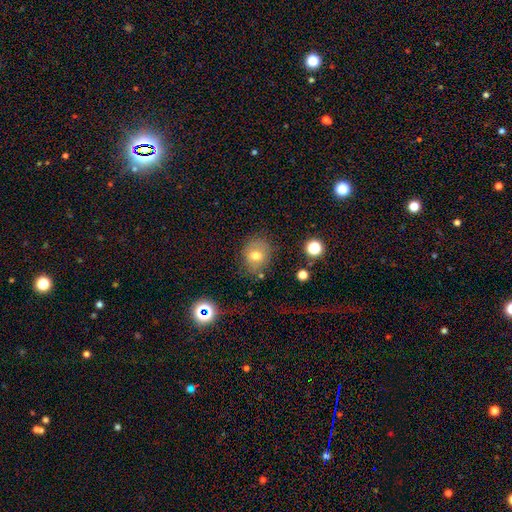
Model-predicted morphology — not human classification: A smooth galaxy with no disk features (69%) that is round (65%).

Vote fractions:
- Smooth or featured? smooth: 69% / featured or disk: 18% / star or artifact: 13%
- How rounded? round: 65% / in between: 34% / cigar-shaped: 1%
- Merging? none: 67% / minor disturbance: 21% / major disturbance: 8% / merger: 4%